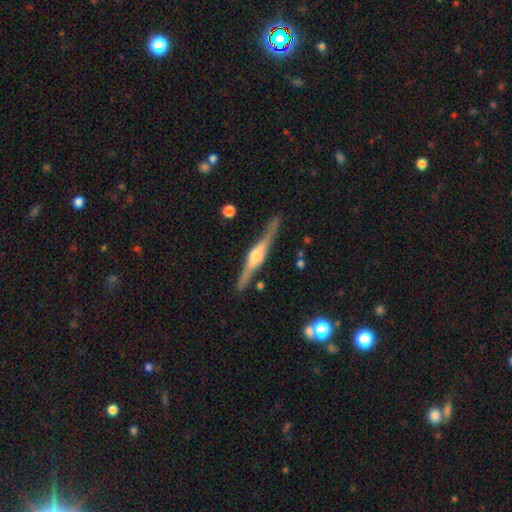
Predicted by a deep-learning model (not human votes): Q: Smooth or featured?
A: featured or disk (83%); runner-up: smooth (12%)
Q: Edge-on disk?
A: yes (97%); runner-up: no (3%)
Q: Edge-on bulge?
A: rounded (84%); runner-up: boxy (13%)
Q: Merging?
A: none (85%); runner-up: minor disturbance (10%)